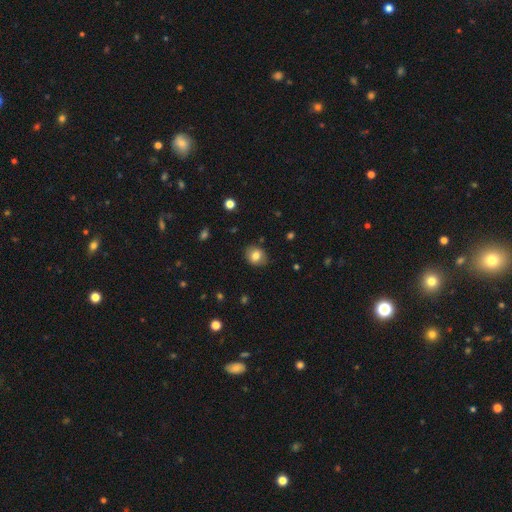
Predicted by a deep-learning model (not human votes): This is likely a smooth galaxy (80%). How rounded: likely round (68%). Merging: clearly none (85%).